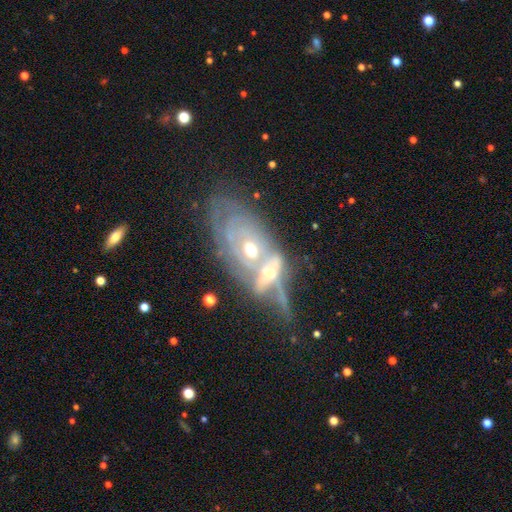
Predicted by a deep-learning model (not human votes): Smooth or featured: featured or disk — 72% (smooth — 15%)
Edge-on disk: no — 84% (yes — 16%)
Bar: no — 79% (weak — 15%)
Spiral arms: yes — 59% (no — 41%)
Bulge size: moderate — 49% (small — 42%)
Merging: merger — 55% (none — 24%)